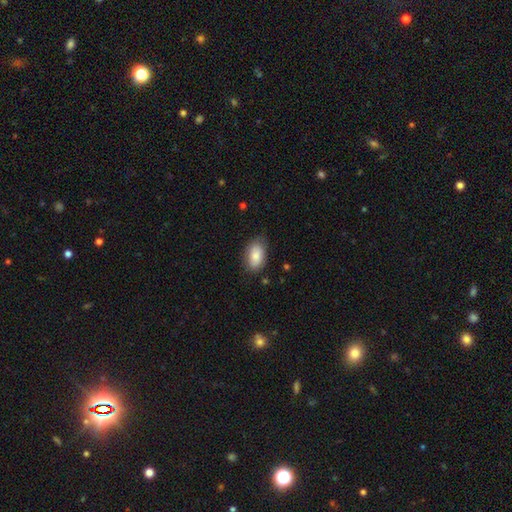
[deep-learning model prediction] A smooth galaxy with no disk features (83%) that is in between round and cigar-shaped (92%).

Vote fractions:
- Smooth or featured? smooth: 83% / featured or disk: 10% / star or artifact: 6%
- How rounded? in between: 92% / round: 6% / cigar-shaped: 2%
- Merging? none: 74% / minor disturbance: 21% / major disturbance: 4% / merger: 1%